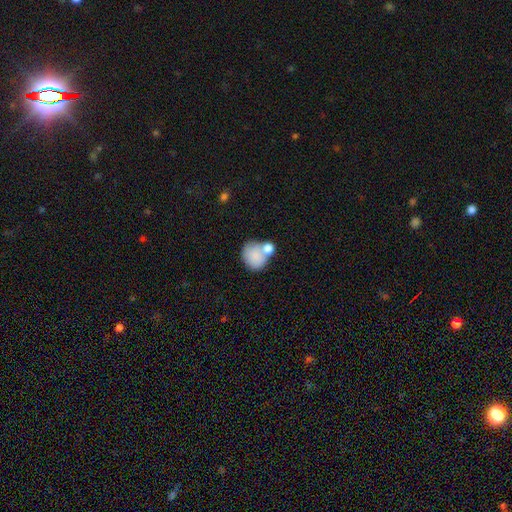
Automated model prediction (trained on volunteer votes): smooth 81%, featured or disk 11%, star or artifact 8%. Down the decision tree: how rounded — round (72%); merging — none (45%).